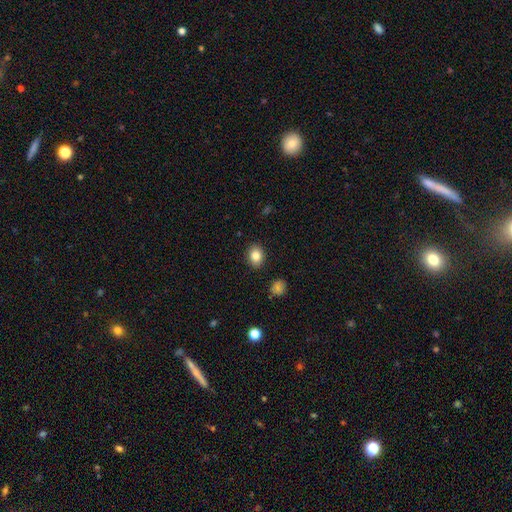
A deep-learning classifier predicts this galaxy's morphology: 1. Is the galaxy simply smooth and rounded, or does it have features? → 84% smooth, 9% star or artifact, 7% featured or disk.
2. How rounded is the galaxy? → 57% in between, 42% round, 1% cigar-shaped.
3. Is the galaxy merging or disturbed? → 89% none, 7% minor disturbance, 2% major disturbance, 1% merger.